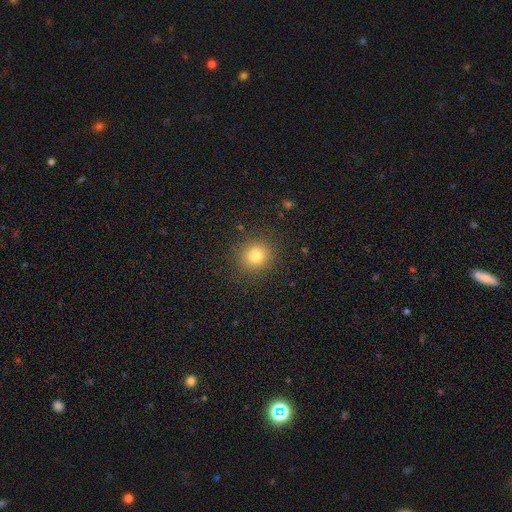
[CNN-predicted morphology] Smooth or featured? smooth (79%)
How rounded? round (87%)
Merging? none (88%)